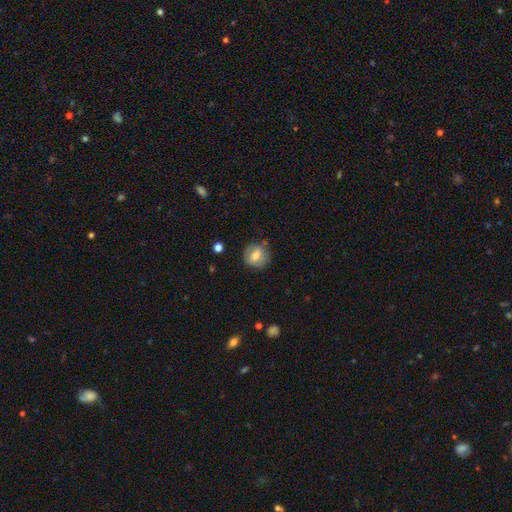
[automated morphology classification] smooth_or_featured: smooth (p=0.61) [alt: featured or disk p=0.30]
how_rounded: round (p=0.79) [alt: in between p=0.20]
merging: none (p=0.69) [alt: minor disturbance p=0.21]